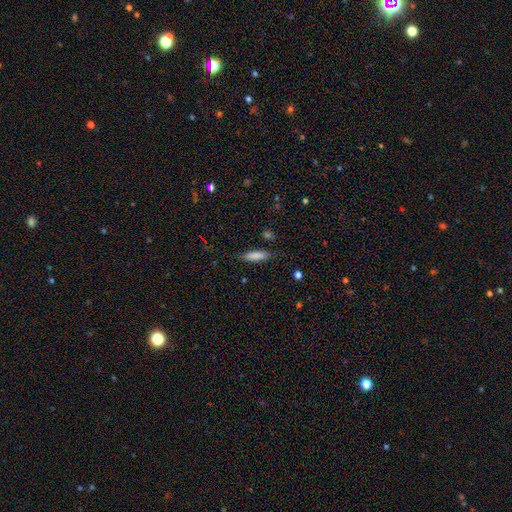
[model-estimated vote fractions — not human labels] smooth-or-featured: smooth: 81% | featured or disk: 12% | star or artifact: 7%
  how-rounded: cigar-shaped: 67% | in between: 31% | round: 2%
  merging: none: 77% | minor disturbance: 17% | major disturbance: 4% | merger: 2%